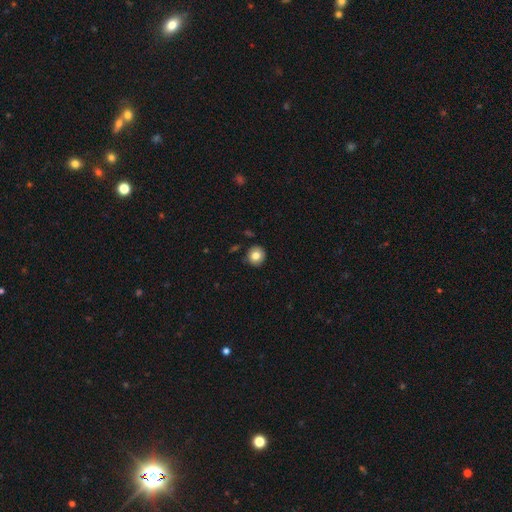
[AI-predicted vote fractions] A smooth galaxy with no disk features (80%) that is round (92%).

Vote fractions:
- Smooth or featured? smooth: 80% / featured or disk: 11% / star or artifact: 10%
- How rounded? round: 92% / in between: 7% / cigar-shaped: 1%
- Merging? none: 88% / minor disturbance: 9% / major disturbance: 2% / merger: 2%